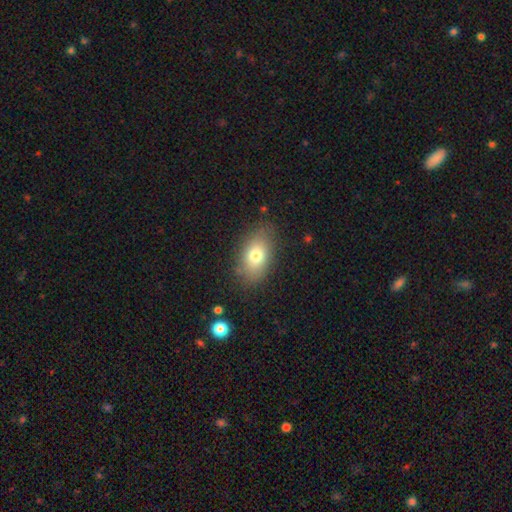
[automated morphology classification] This appears to be a smooth galaxy with no disk features (75%) that is in between round and cigar-shaped (86%). Merging: none (80%).